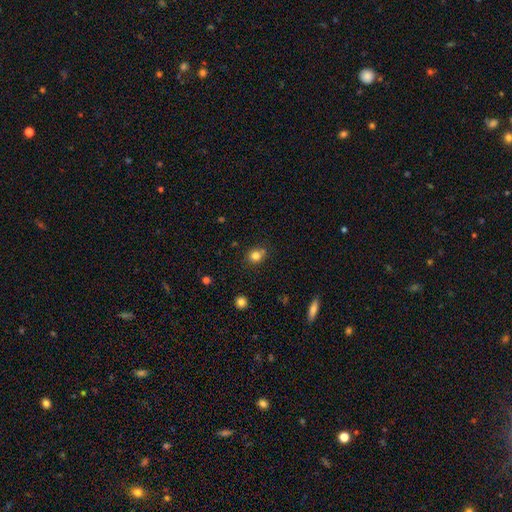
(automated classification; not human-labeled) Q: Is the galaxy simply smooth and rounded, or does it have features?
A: smooth — 81%.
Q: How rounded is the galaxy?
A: round — 74%.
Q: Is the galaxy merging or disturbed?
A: none — 74%.